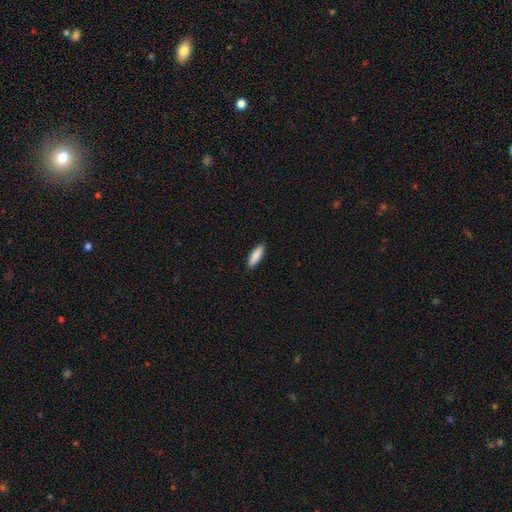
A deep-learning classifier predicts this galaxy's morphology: Overall: smooth (90%). How rounded: in between (50%; cigar-shaped 49%). Merging: none (91%).